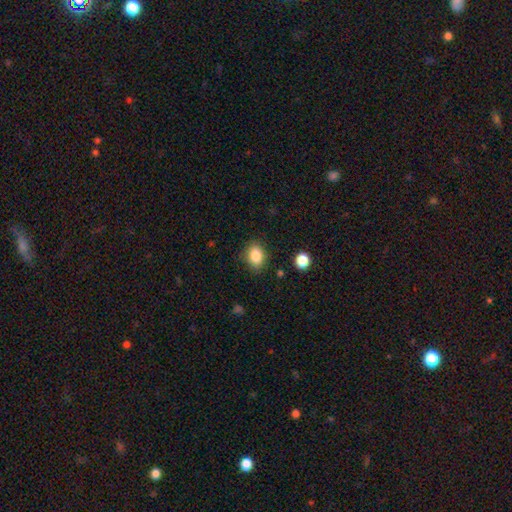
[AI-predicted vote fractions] The model was most divided on "how rounded": in between: 65%, round: 34%, cigar-shaped: 1%. More confident: smooth or featured — smooth (85%); merging — none (83%).